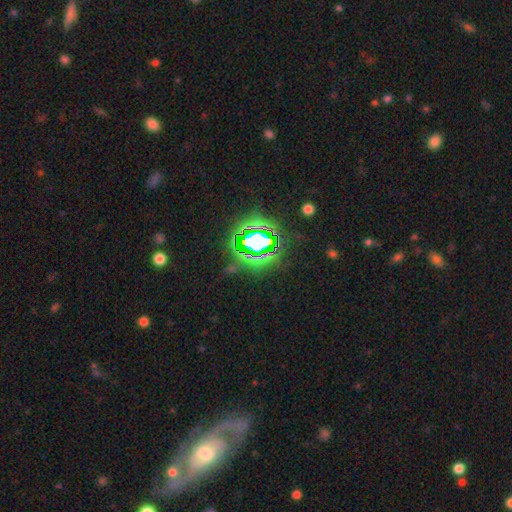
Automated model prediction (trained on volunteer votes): smooth-or-featured: star or artifact: 78% | smooth: 12% | featured or disk: 9%